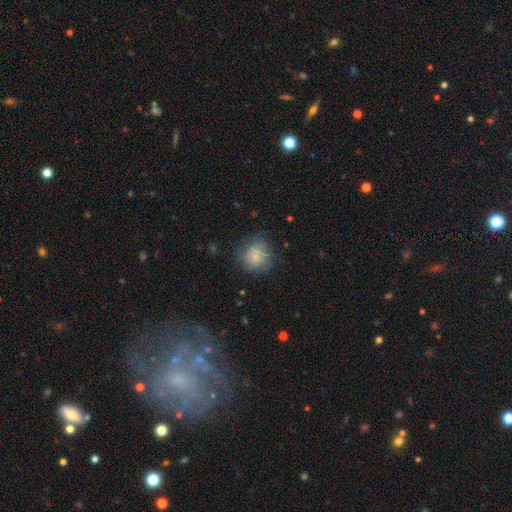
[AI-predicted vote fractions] Overall: smooth (75%). How rounded: round (87%). Merging: none (70%).